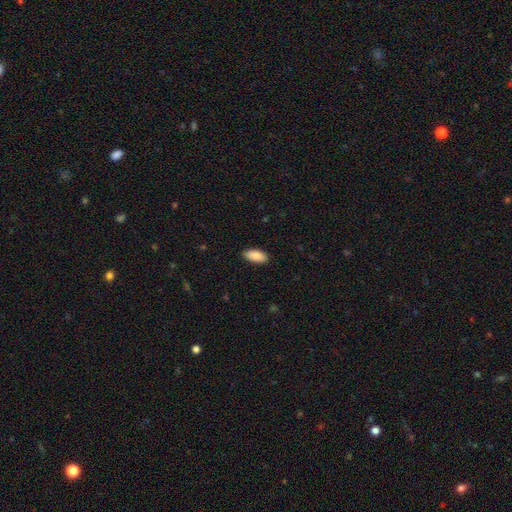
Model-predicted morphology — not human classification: This appears to be a smooth galaxy with no disk features (90%) that is in between round and cigar-shaped (90%). Merging: none (89%).